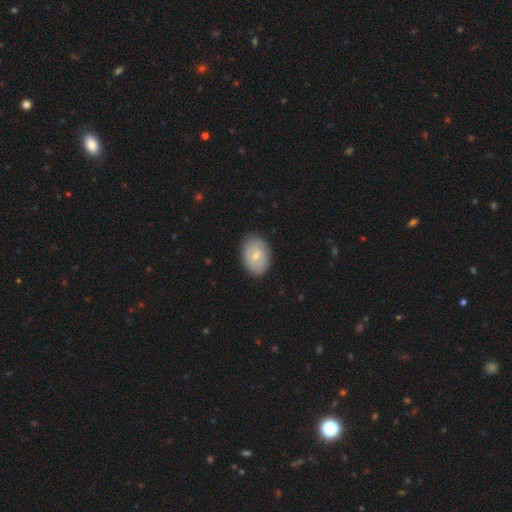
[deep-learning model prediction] This appears to be a smooth galaxy with no disk features (62%) that is in between round and cigar-shaped (83%). Merging: none (84%).